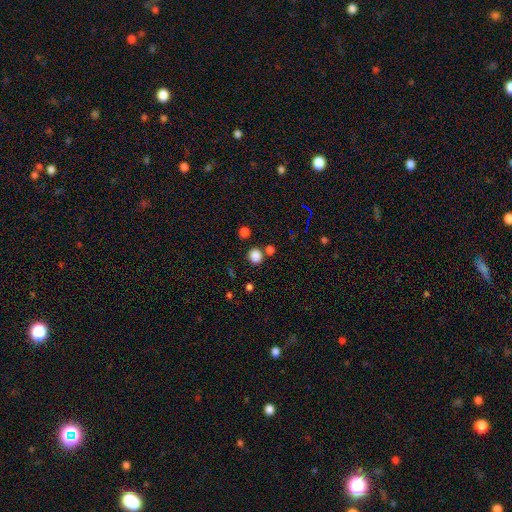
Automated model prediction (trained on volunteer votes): smooth 84%, star or artifact 12%, featured or disk 4%. Down the decision tree: how rounded — round (83%); merging — none (77%).